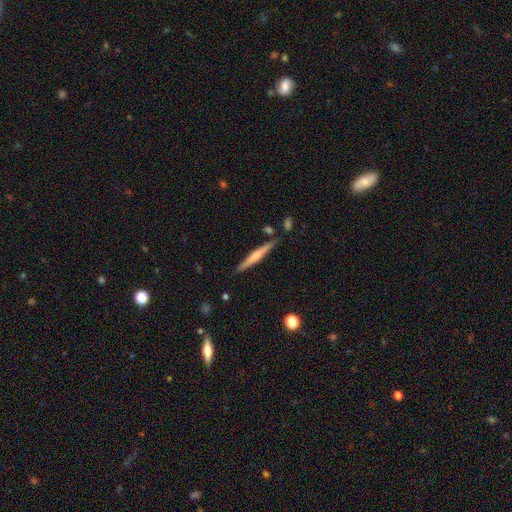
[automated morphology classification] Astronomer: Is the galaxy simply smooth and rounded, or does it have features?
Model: featured or disk — 54% (runner-up: smooth, 40%).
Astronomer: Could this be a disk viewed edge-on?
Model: yes — 97%.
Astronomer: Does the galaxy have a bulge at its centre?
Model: rounded — 57%.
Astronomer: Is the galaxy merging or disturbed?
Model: none — 86%.